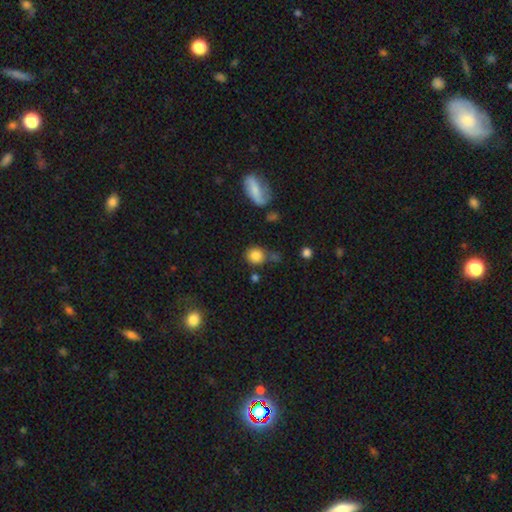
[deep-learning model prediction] Morphology: type=smooth (83%); roundness=round (82%); merging=none (66%).